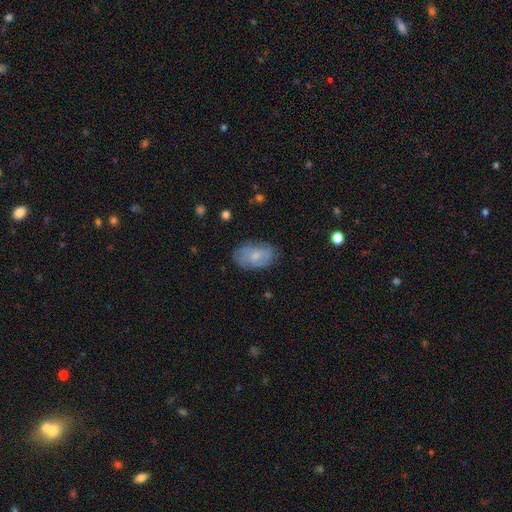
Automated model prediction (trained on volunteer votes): Smooth or featured? smooth (61%)
How rounded? in between (90%)
Merging? none (71%)